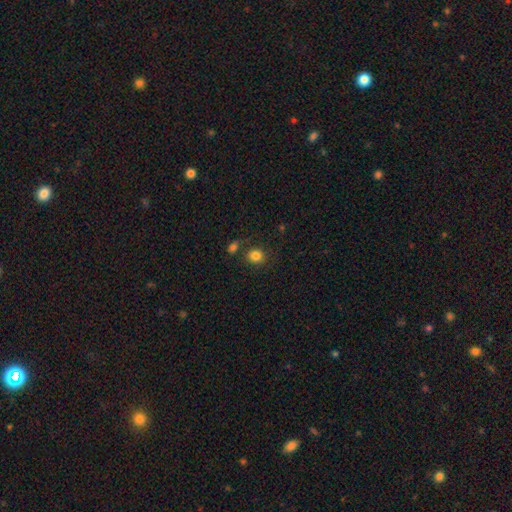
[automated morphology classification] The model was most divided on "how rounded": round: 76%, in between: 23%, cigar-shaped: 1%. More confident: smooth or featured — smooth (83%); merging — none (70%).